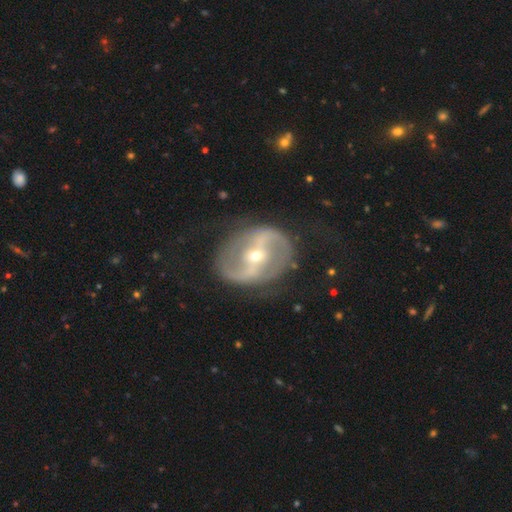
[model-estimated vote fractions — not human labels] Overall: featured or disk (87%). Edge-on disk: no (97%). Bar: strong (50%; weak 30%). Spiral arms: yes (87%). Spiral arm count: 2 (91%). Spiral winding: medium (46%; loose 35%). Bulge size: small (60%; moderate 37%). Merging: none (79%).